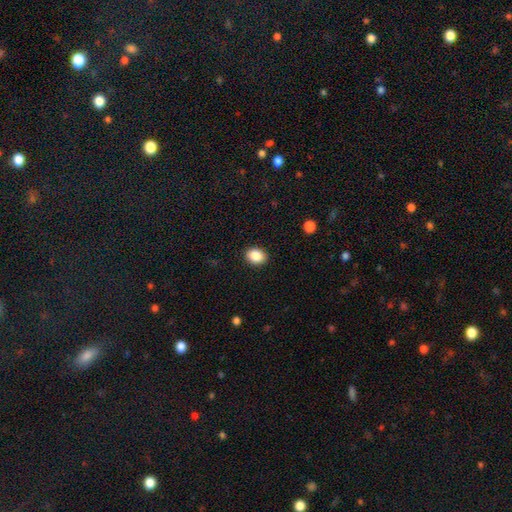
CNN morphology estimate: This appears to be a smooth galaxy with no disk features (88%) that is in between round and cigar-shaped (54%). Merging: none (90%).